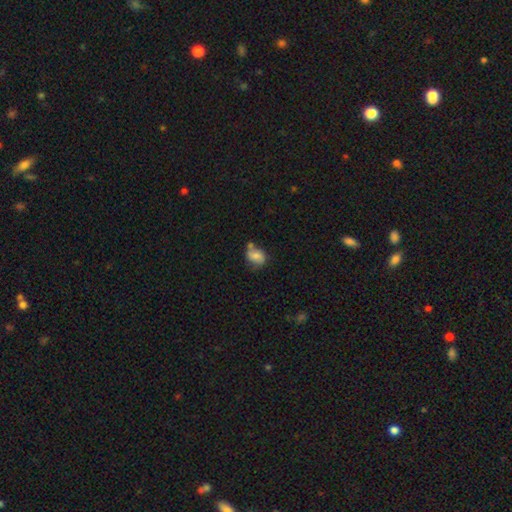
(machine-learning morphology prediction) A smooth galaxy with no disk features (64%) that is in between round and cigar-shaped (56%).

Vote fractions:
- Smooth or featured? smooth: 64% / featured or disk: 26% / star or artifact: 10%
- How rounded? in between: 56% / round: 42% / cigar-shaped: 1%
- Merging? none: 47% / minor disturbance: 25% / merger: 20% / major disturbance: 8%